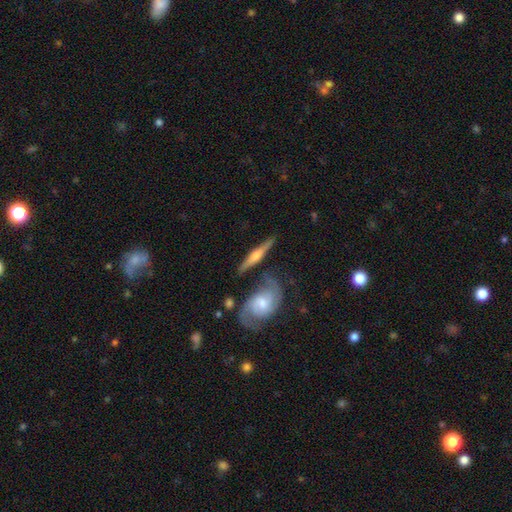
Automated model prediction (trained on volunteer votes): Smooth or featured? featured or disk (69%)
Edge-on disk? yes (90%)
Edge-on bulge? rounded (82%)
Merging? none (71%)